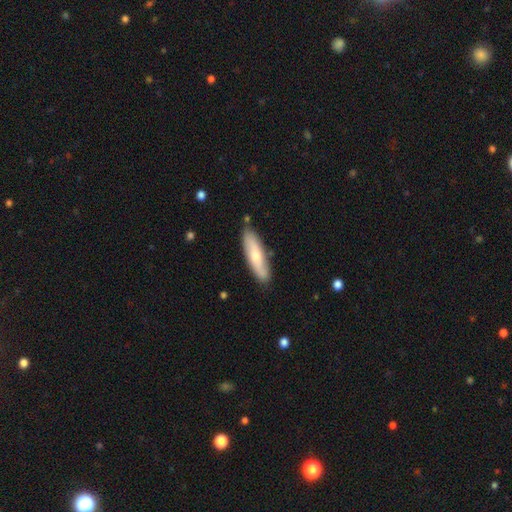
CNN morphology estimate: Smooth or featured? Predicted: smooth (p=0.60). How rounded? Predicted: cigar-shaped (p=0.67). Merging? Predicted: none (p=0.84).